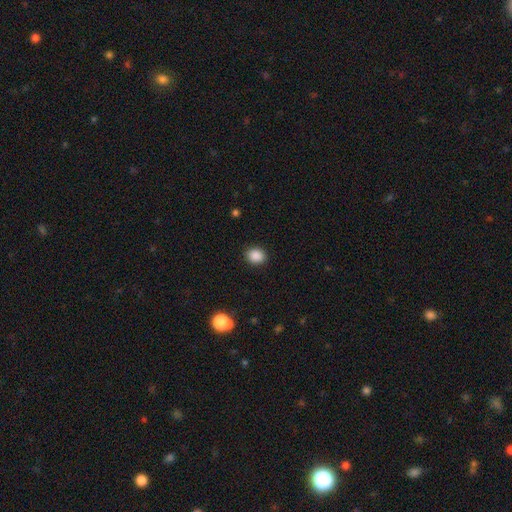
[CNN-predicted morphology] smooth_or_featured: smooth (p=0.88) [alt: star or artifact p=0.09]
how_rounded: round (p=0.59) [alt: in between p=0.40]
merging: none (p=0.90) [alt: minor disturbance p=0.07]